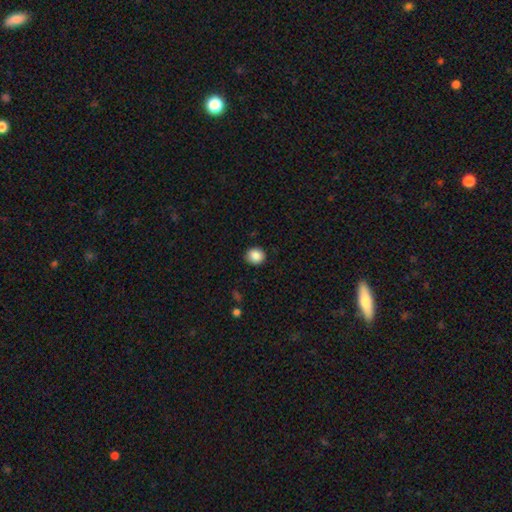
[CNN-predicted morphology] smooth-or-featured: smooth: 88% | star or artifact: 9% | featured or disk: 3%
  how-rounded: round: 82% | in between: 17% | cigar-shaped: 1%
  merging: none: 89% | minor disturbance: 8% | major disturbance: 2% | merger: 1%